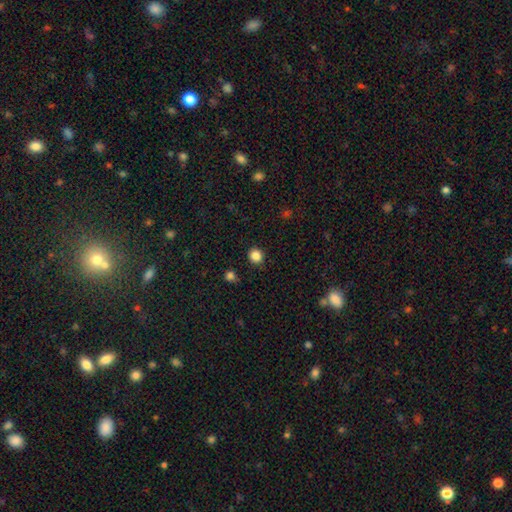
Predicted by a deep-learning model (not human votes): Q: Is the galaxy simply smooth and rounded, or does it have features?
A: smooth — 85%.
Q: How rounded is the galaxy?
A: round — 90%.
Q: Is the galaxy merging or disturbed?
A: none — 90%.